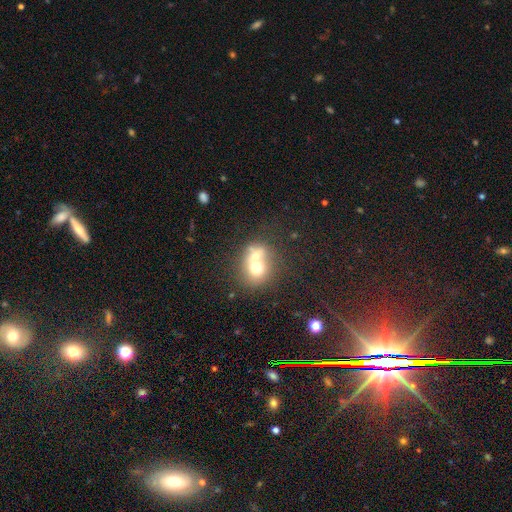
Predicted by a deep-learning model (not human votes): Smooth or featured? Predicted: smooth (p=0.63). How rounded? Predicted: round (p=0.71). Merging? Predicted: merger (p=0.64).